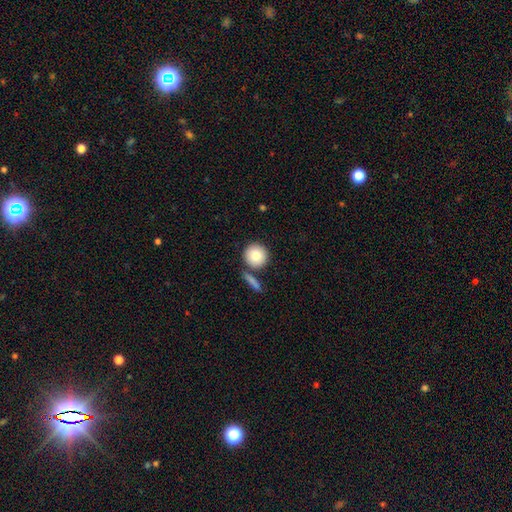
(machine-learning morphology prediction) smooth_or_featured: smooth (p=0.84) [alt: featured or disk p=0.09]
how_rounded: round (p=0.93) [alt: in between p=0.05]
merging: none (p=0.75) [alt: merger p=0.12]